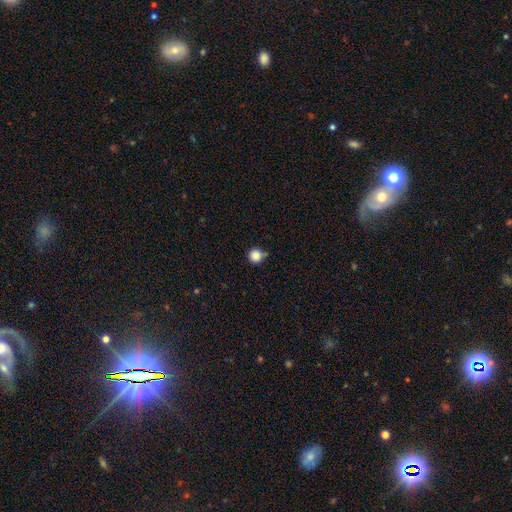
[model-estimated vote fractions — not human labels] smooth-or-featured: smooth: 86% | star or artifact: 11% | featured or disk: 3%
  how-rounded: round: 95% | in between: 4% | cigar-shaped: 1%
  merging: none: 74% | minor disturbance: 17% | merger: 6% | major disturbance: 4%